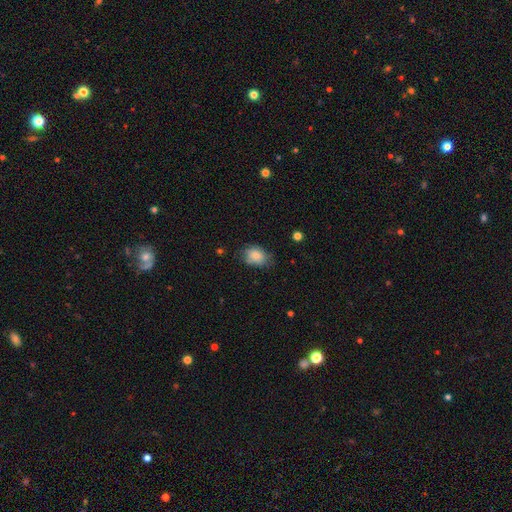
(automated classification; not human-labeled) The model was most divided on "how rounded": in between: 68%, round: 31%, cigar-shaped: 1%. More confident: smooth or featured — smooth (82%); merging — none (65%).